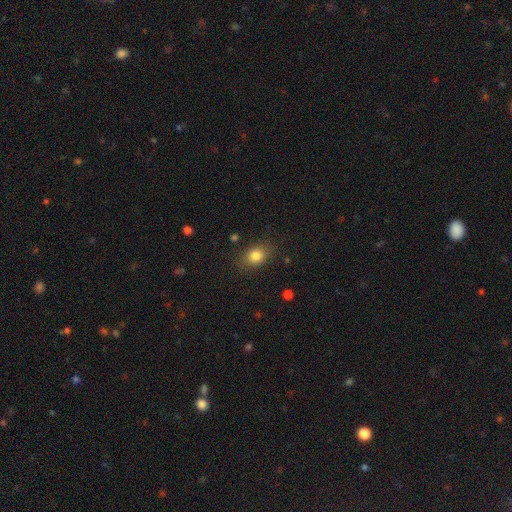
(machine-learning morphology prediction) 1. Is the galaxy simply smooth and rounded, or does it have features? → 83% smooth, 10% star or artifact, 7% featured or disk.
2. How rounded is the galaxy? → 61% in between, 37% round, 1% cigar-shaped.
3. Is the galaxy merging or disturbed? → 81% none, 13% minor disturbance, 4% major disturbance, 1% merger.